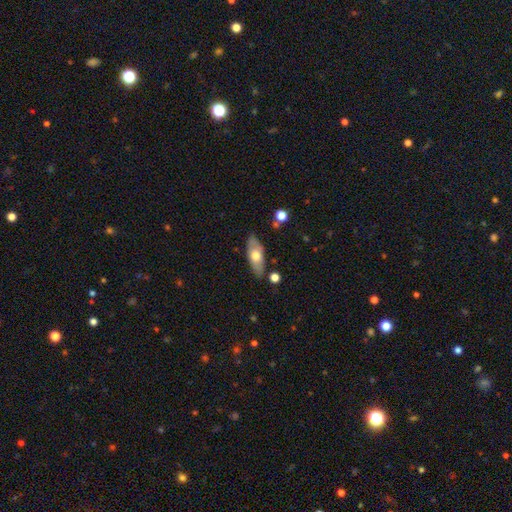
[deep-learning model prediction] Q: Smooth or featured?
A: smooth (55%); runner-up: featured or disk (39%)
Q: How rounded?
A: in between (78%); runner-up: cigar-shaped (18%)
Q: Merging?
A: none (80%); runner-up: minor disturbance (14%)